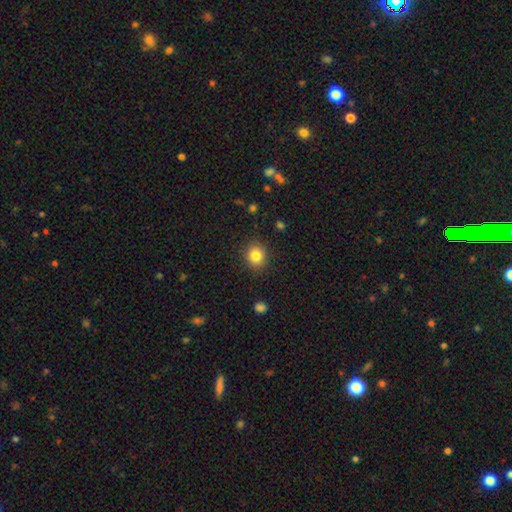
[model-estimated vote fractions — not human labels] The model was most divided on "how rounded": round: 75%, in between: 25%, cigar-shaped: 1%. More confident: merging — none (88%); smooth or featured — smooth (83%).